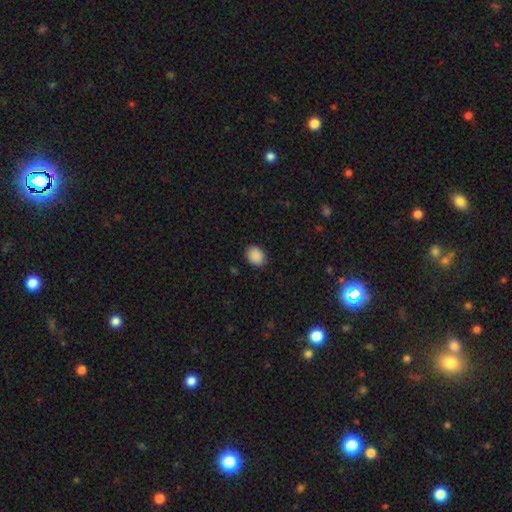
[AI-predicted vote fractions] smooth_or_featured: smooth (p=0.89) [alt: star or artifact p=0.08]
how_rounded: in between (p=0.57) [alt: round p=0.42]
merging: none (p=0.89) [alt: minor disturbance p=0.08]